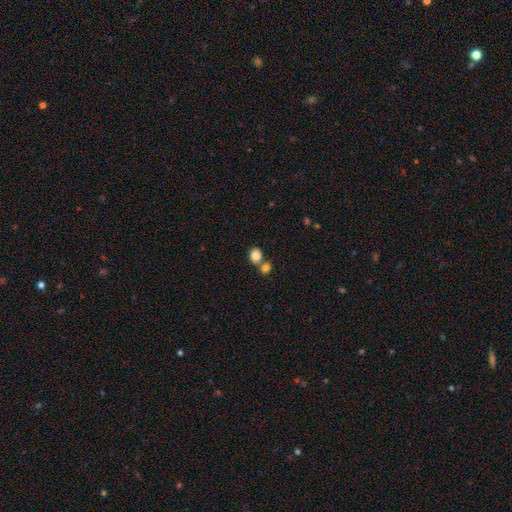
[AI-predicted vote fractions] Q: Smooth or featured?
A: smooth (84%); runner-up: star or artifact (10%)
Q: How rounded?
A: round (65%); runner-up: in between (34%)
Q: Merging?
A: none (46%); runner-up: merger (42%)